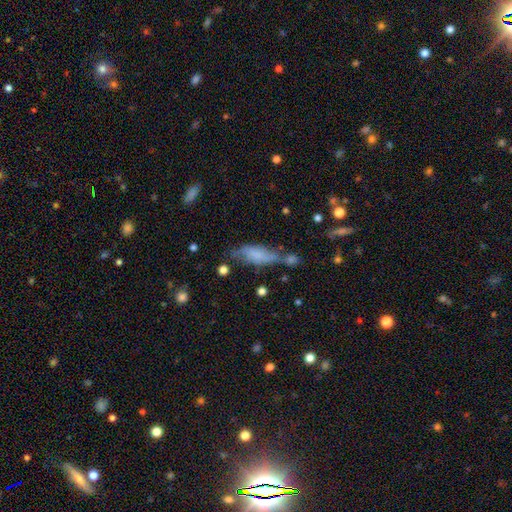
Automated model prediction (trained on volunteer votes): A smooth galaxy with no disk features (56%) that is in between round and cigar-shaped (54%).

Vote fractions:
- Smooth or featured? smooth: 56% / featured or disk: 33% / star or artifact: 11%
- How rounded? in between: 54% / cigar-shaped: 43% / round: 3%
- Merging? none: 45% / minor disturbance: 28% / merger: 14% / major disturbance: 13%